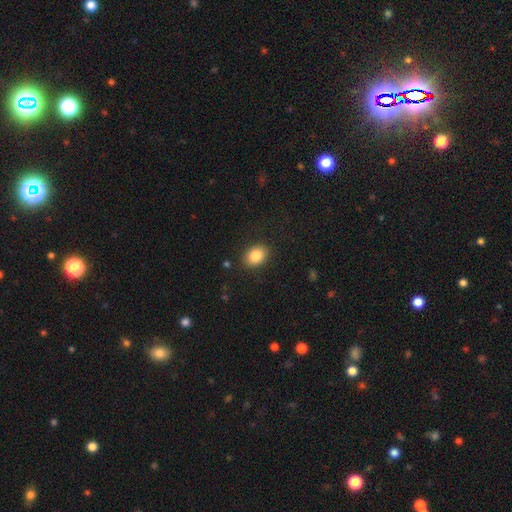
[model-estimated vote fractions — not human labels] A smooth galaxy with no disk features (85%) that is in between round and cigar-shaped (69%).

Vote fractions:
- Smooth or featured? smooth: 85% / star or artifact: 8% / featured or disk: 7%
- How rounded? in between: 69% / round: 30% / cigar-shaped: 1%
- Merging? none: 88% / minor disturbance: 8% / major disturbance: 3% / merger: 1%